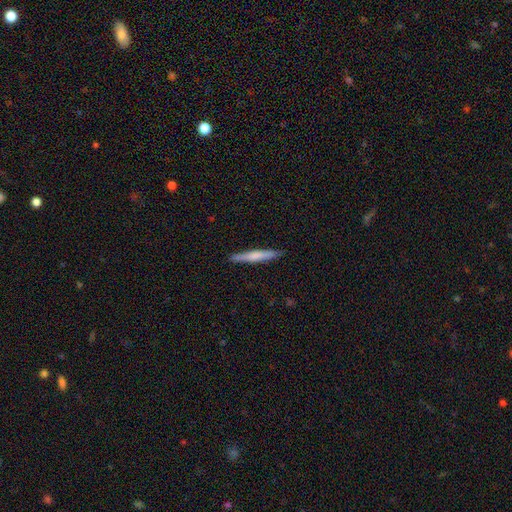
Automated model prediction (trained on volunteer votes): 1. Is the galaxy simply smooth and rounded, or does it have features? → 60% smooth, 34% featured or disk, 5% star or artifact.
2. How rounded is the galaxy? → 95% cigar-shaped, 4% in between, 1% round.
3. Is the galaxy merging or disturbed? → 90% none, 8% minor disturbance, 1% major disturbance, 1% merger.